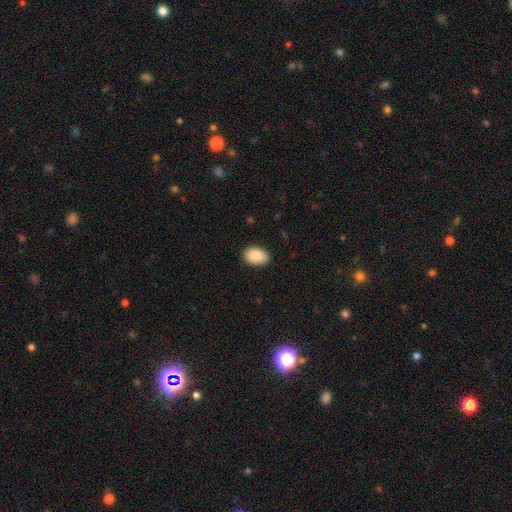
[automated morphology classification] Smooth or featured?
  - smooth: 90% *
  - star or artifact: 6%
  - featured or disk: 4%
How rounded?
  - in between: 90% *
  - round: 9%
  - cigar-shaped: 1%
Merging?
  - none: 88% *
  - minor disturbance: 9%
  - major disturbance: 2%
  - merger: 1%